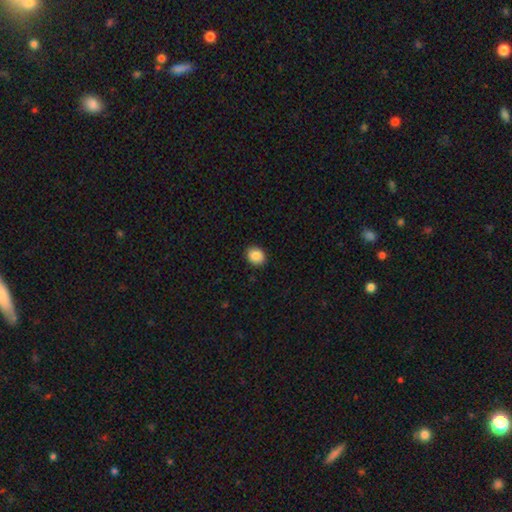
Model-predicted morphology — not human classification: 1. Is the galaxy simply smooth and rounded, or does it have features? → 88% smooth, 8% star or artifact, 4% featured or disk.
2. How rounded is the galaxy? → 56% round, 43% in between, 1% cigar-shaped.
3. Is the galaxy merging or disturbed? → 90% none, 7% minor disturbance, 2% major disturbance, 1% merger.